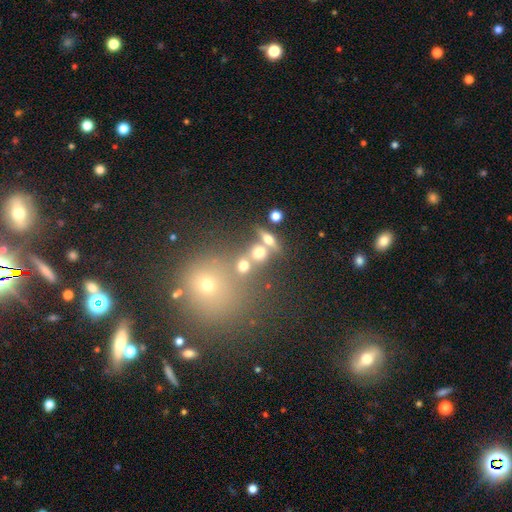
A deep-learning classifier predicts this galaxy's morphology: A smooth galaxy with no disk features (43%).

Vote fractions:
- Smooth or featured? smooth: 43% / star or artifact: 41% / featured or disk: 16%
- Merging? none: 59% / merger: 23% / minor disturbance: 11% / major disturbance: 7%